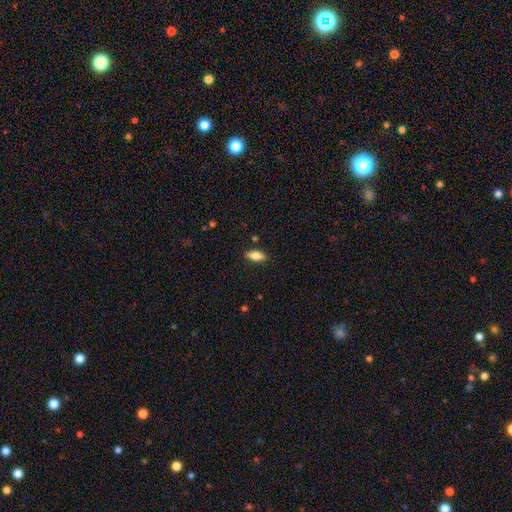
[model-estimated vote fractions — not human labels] Overall: smooth (83%). How rounded: in between (85%). Merging: none (87%).